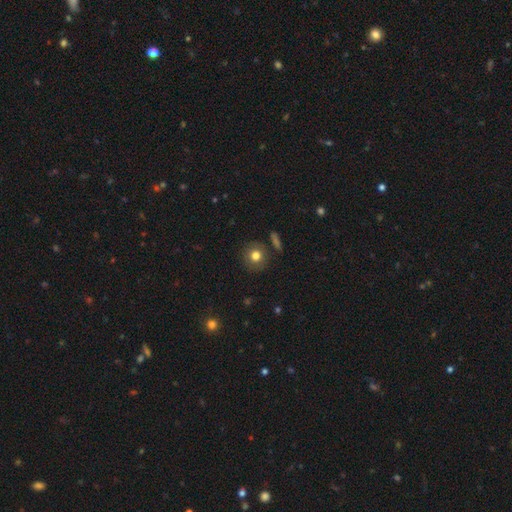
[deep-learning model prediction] Smooth or featured? Predicted: smooth (p=0.77). How rounded? Predicted: round (p=0.91). Merging? Predicted: none (p=0.87).